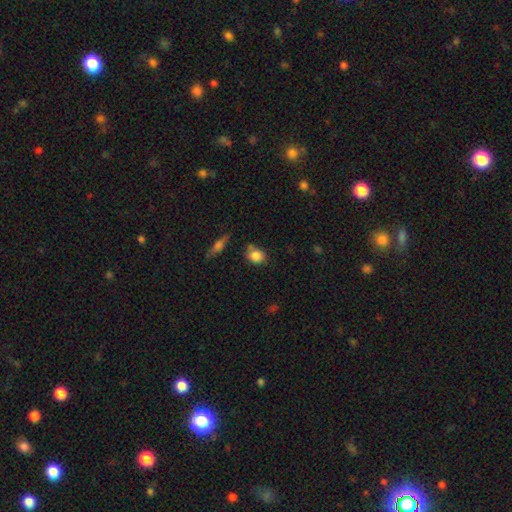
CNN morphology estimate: This appears to be a smooth galaxy with no disk features (84%) that is in between round and cigar-shaped (51%). Merging: none (62%).